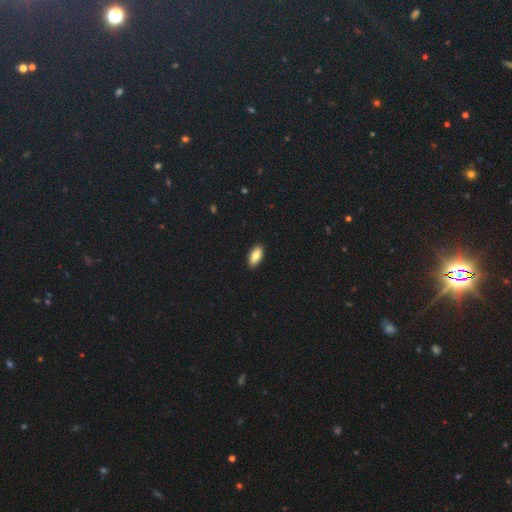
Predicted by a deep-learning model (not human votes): A smooth galaxy with no disk features (85%) that is in between round and cigar-shaped (90%).

Vote fractions:
- Smooth or featured? smooth: 85% / featured or disk: 8% / star or artifact: 7%
- How rounded? in between: 90% / cigar-shaped: 7% / round: 2%
- Merging? none: 91% / minor disturbance: 7% / major disturbance: 2% / merger: 1%